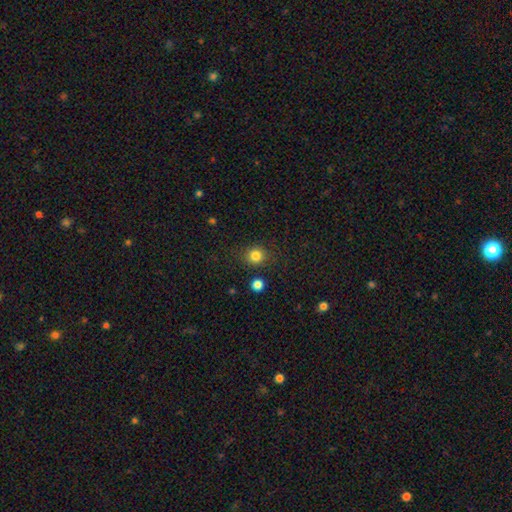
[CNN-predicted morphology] The model was most divided on "smooth or featured": smooth: 82%, star or artifact: 13%, featured or disk: 5%. More confident: how rounded — round (86%); merging — none (85%).